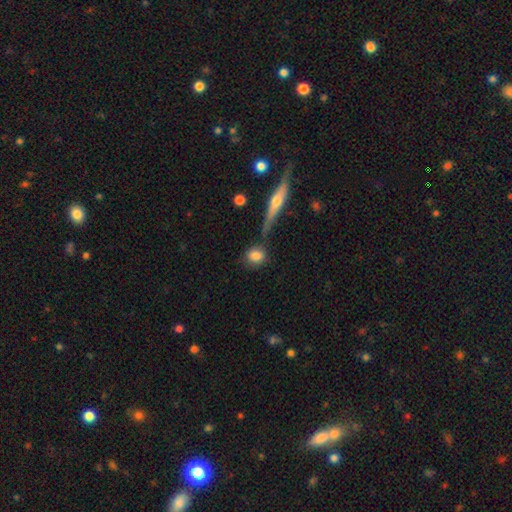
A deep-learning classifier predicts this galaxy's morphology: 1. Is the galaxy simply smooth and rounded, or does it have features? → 81% smooth, 11% featured or disk, 8% star or artifact.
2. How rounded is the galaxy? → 58% round, 36% in between, 6% cigar-shaped.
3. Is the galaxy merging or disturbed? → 68% none, 14% minor disturbance, 13% merger, 5% major disturbance.